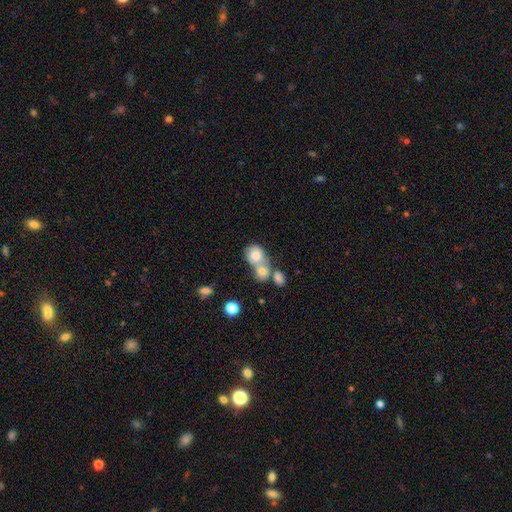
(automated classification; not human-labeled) A smooth galaxy with no disk features (77%) that is round (64%).

Vote fractions:
- Smooth or featured? smooth: 77% / featured or disk: 15% / star or artifact: 8%
- How rounded? round: 64% / in between: 34% / cigar-shaped: 1%
- Merging? merger: 66% / none: 21% / minor disturbance: 8% / major disturbance: 5%